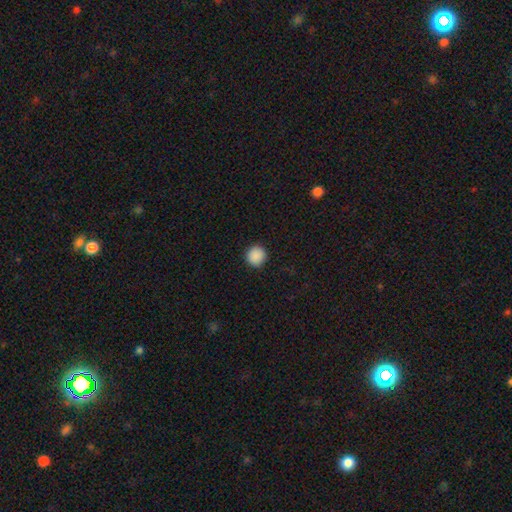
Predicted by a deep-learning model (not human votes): This appears to be a smooth galaxy with no disk features (90%) that is round (93%). Merging: none (92%).